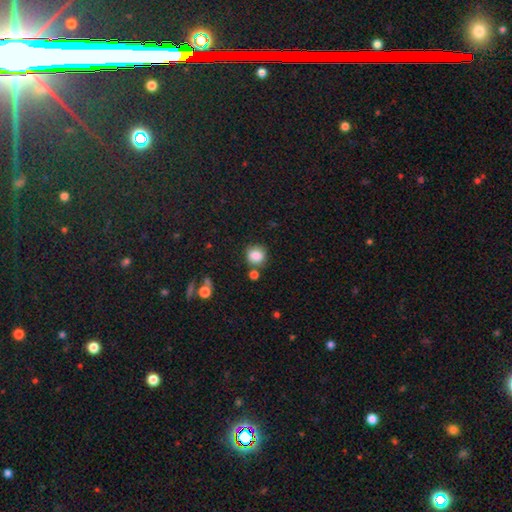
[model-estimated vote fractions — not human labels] A smooth galaxy with no disk features (85%) that is round (82%). Merging: none (72%).